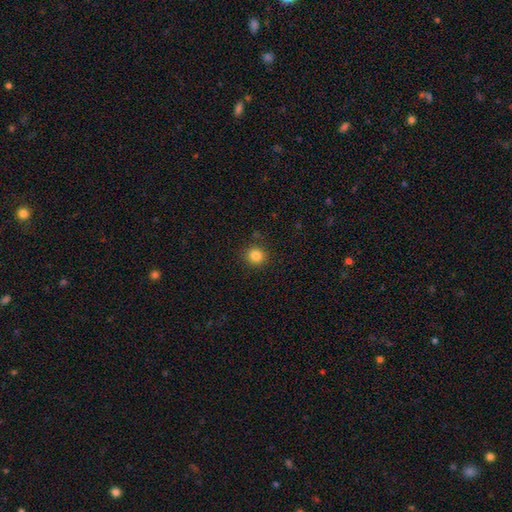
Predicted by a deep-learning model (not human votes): A smooth galaxy with no disk features (84%) that is round (92%).

Vote fractions:
- Smooth or featured? smooth: 84% / star or artifact: 12% / featured or disk: 4%
- How rounded? round: 92% / in between: 7% / cigar-shaped: 1%
- Merging? none: 89% / minor disturbance: 7% / major disturbance: 3% / merger: 2%